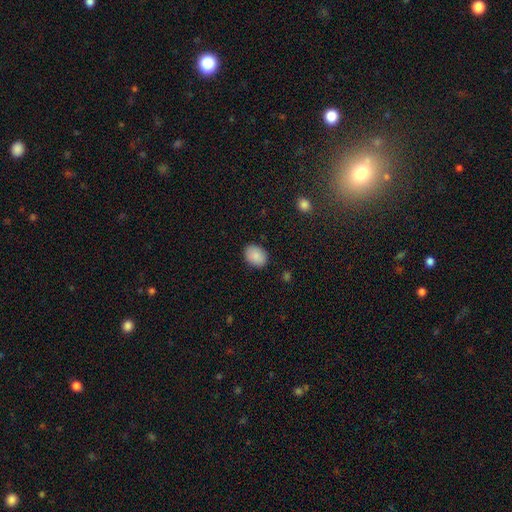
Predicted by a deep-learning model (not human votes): Morphology: type=smooth (88%); roundness=in between (70%); merging=none (87%).